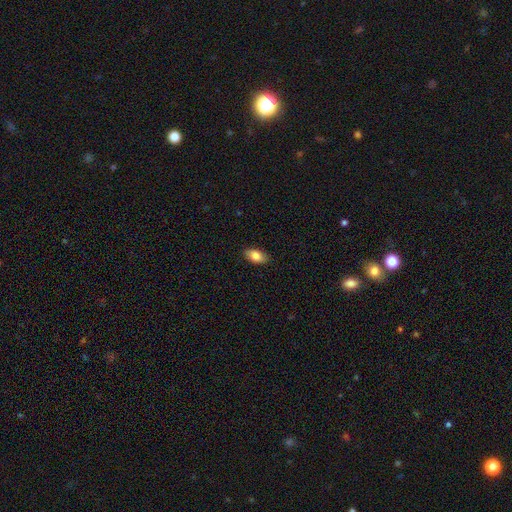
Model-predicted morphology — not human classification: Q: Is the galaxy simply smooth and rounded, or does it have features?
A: smooth — 84%.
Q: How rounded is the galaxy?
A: in between — 92%.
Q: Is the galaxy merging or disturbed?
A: none — 88%.